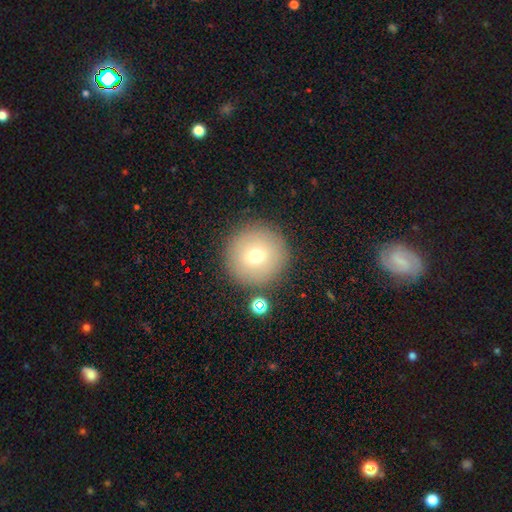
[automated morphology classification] smooth_or_featured: smooth (p=0.67) [alt: featured or disk p=0.21]
how_rounded: round (p=0.95) [alt: in between p=0.04]
merging: none (p=0.85) [alt: minor disturbance p=0.08]